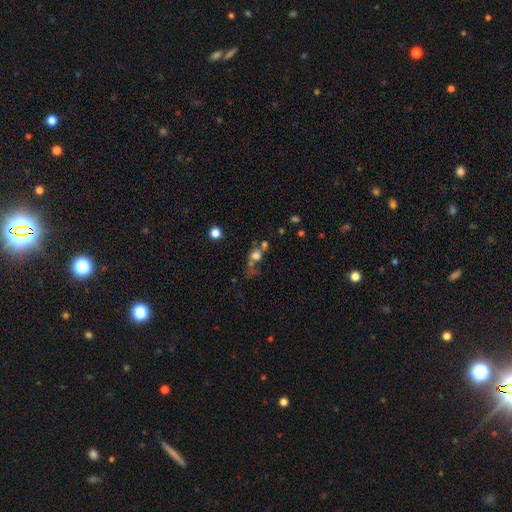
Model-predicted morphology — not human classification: Smooth or featured?
  - smooth: 59% *
  - star or artifact: 21%
  - featured or disk: 20%
How rounded?
  - round: 66% *
  - in between: 30%
  - cigar-shaped: 4%
Merging?
  - merger: 39% *
  - none: 33%
  - major disturbance: 17%
  - minor disturbance: 12%